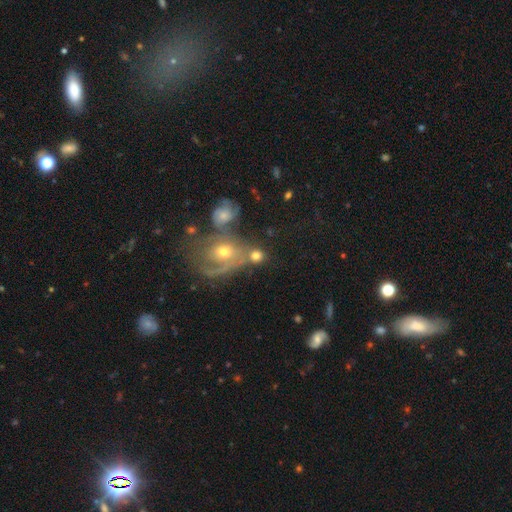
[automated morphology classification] The model was most divided on "merging": none: 40%, merger: 39%, minor disturbance: 12%, major disturbance: 9%. More confident: how rounded — round (74%); smooth or featured — smooth (63%).